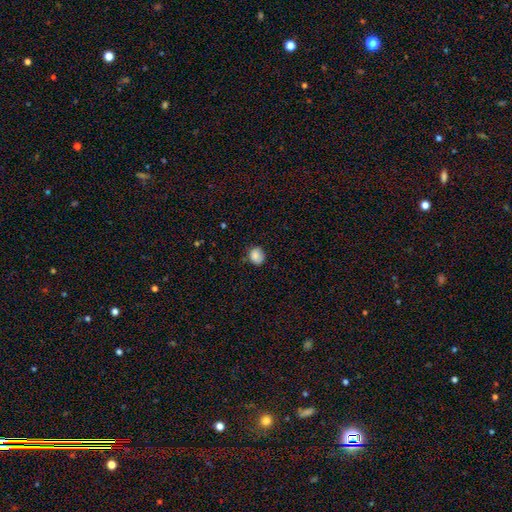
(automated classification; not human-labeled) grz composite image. It shows a smooth galaxy with no disk features (85%) that is round (61%). Merging: none (72%).